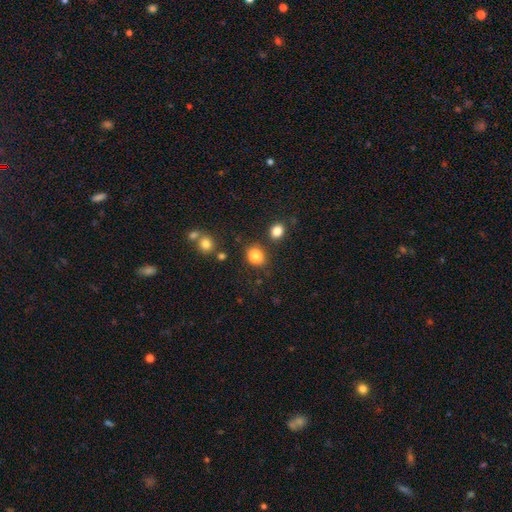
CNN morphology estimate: Q: Smooth or featured?
A: smooth (85%); runner-up: star or artifact (11%)
Q: How rounded?
A: round (58%); runner-up: in between (41%)
Q: Merging?
A: none (75%); runner-up: minor disturbance (13%)